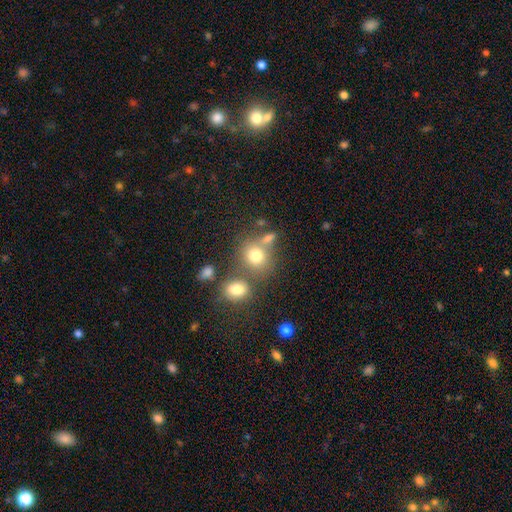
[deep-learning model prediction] A smooth galaxy with no disk features (75%) that is round (77%). Merging: none (56%).